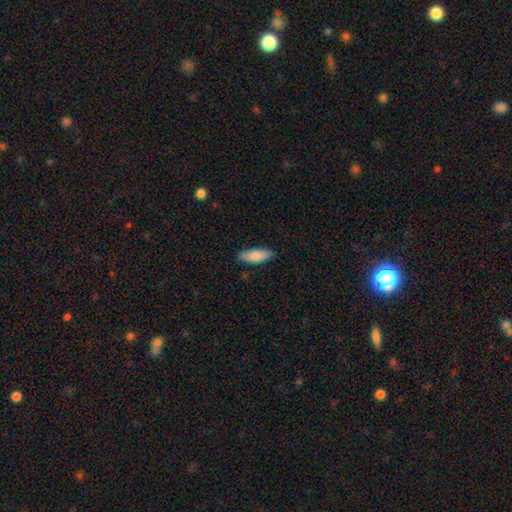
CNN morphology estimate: Smooth or featured? Predicted: smooth (p=0.85). How rounded? Predicted: in between (p=0.68). Merging? Predicted: none (p=0.84).